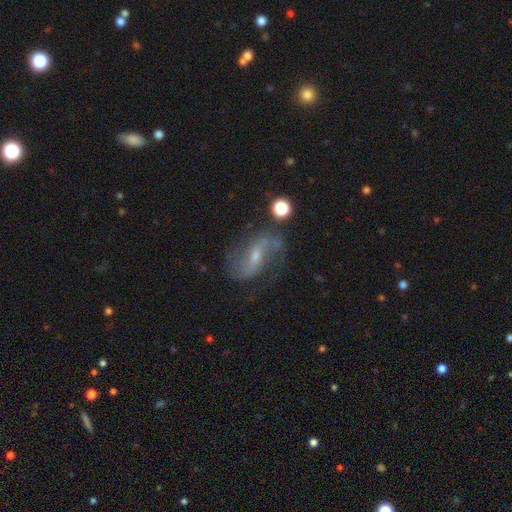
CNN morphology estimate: The model was most divided on "bar": weak: 41%, strong: 30%, no: 29%. More confident: edge-on disk — no (95%); spiral arms — yes (93%); spiral arm count — 2 (88%); smooth or featured — featured or disk (83%); spiral winding — loose (69%); merging — none (67%); bulge size — small (64%).